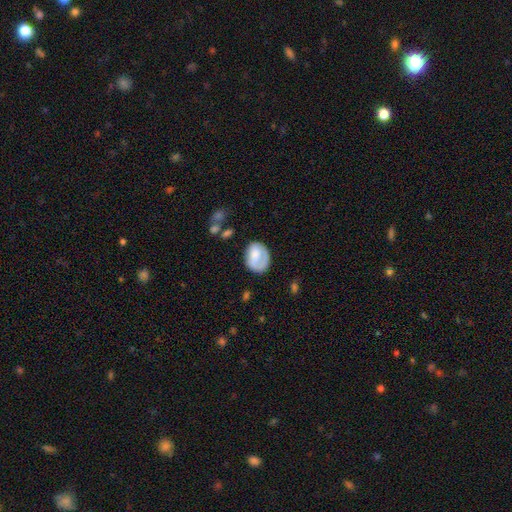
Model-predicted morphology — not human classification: smooth-or-featured: smooth: 65% | featured or disk: 29% | star or artifact: 6%
  how-rounded: in between: 62% | round: 37% | cigar-shaped: 1%
  merging: none: 54% | minor disturbance: 26% | major disturbance: 16% | merger: 3%